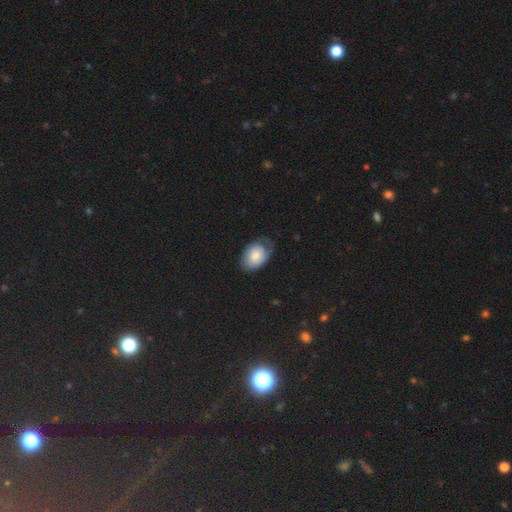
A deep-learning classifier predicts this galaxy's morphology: Smooth or featured? Predicted: smooth (p=0.66). How rounded? Predicted: in between (p=0.85). Merging? Predicted: none (p=0.51).